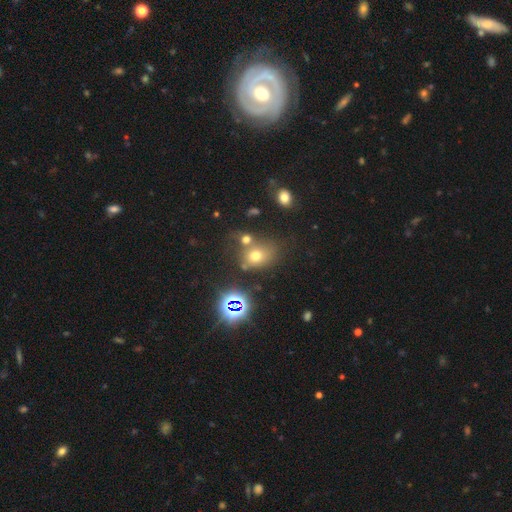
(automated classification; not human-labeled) Smooth or featured?
  - smooth: 63% *
  - star or artifact: 23%
  - featured or disk: 14%
How rounded?
  - round: 51% *
  - in between: 47%
  - cigar-shaped: 1%
Merging?
  - none: 50% *
  - merger: 27%
  - minor disturbance: 14%
  - major disturbance: 9%